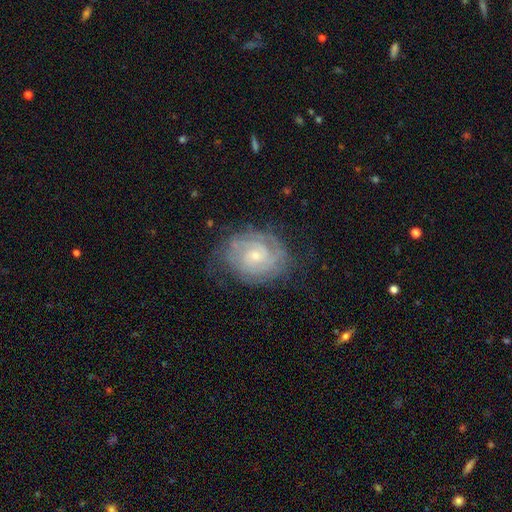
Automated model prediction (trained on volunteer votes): Smooth or featured? Predicted: featured or disk (p=0.81). Edge-on disk? Predicted: no (p=0.98). Bar? Predicted: no (p=0.65). Spiral arms? Predicted: yes (p=0.94). Spiral winding? Predicted: tight (p=0.73). Spiral arm count? Predicted: 2 (p=0.35, tied with can't tell). Bulge size? Predicted: small (p=0.68). Merging? Predicted: none (p=0.68).